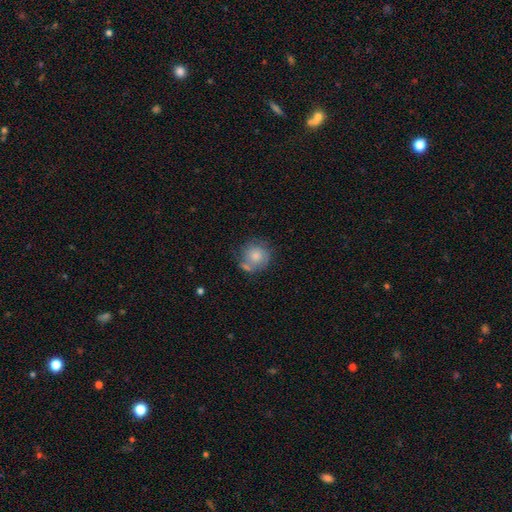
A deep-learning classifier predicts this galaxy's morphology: The model was most divided on "merging": none: 52%, minor disturbance: 22%, merger: 16%, major disturbance: 10%. More confident: how rounded — round (86%); smooth or featured — smooth (67%).